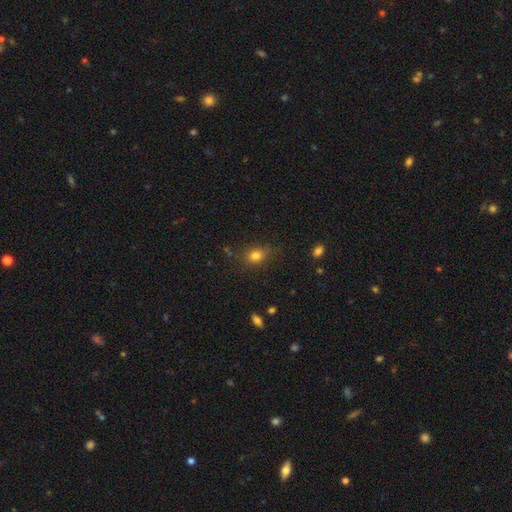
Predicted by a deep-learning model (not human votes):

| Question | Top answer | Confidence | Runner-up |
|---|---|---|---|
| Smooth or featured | smooth | 78% | star or artifact (13%) |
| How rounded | in between | 52% | round (45%) |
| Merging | none | 75% | minor disturbance (18%) |